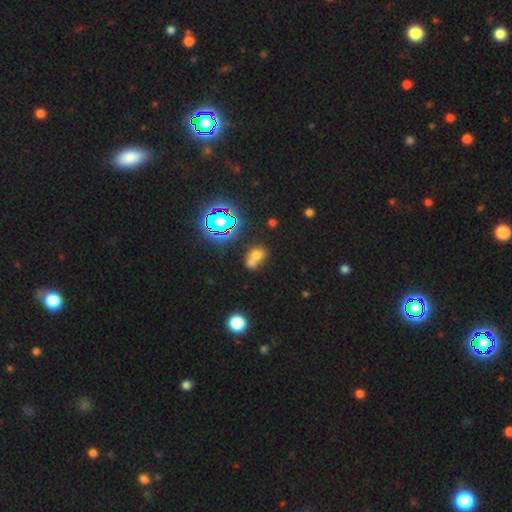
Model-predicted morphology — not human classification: type=smooth (58%); roundness=in between (49%, tied with round); merging=merger (60%).